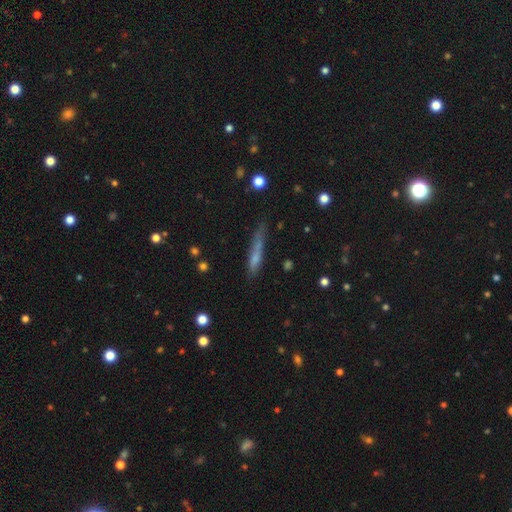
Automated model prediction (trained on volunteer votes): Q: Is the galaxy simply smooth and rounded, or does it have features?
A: smooth — 60%.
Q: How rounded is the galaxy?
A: cigar-shaped — 88%.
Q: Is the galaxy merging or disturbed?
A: none — 58%.